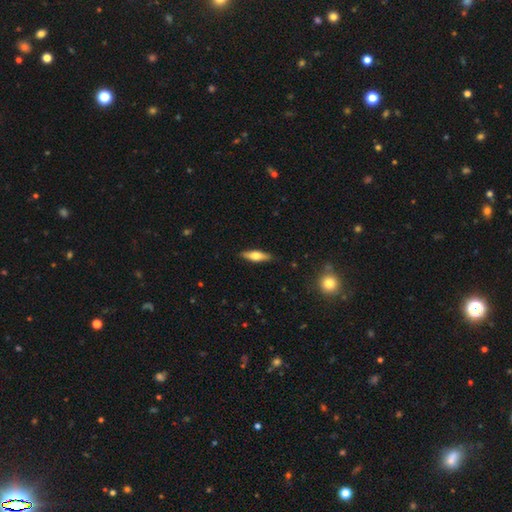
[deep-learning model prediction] Smooth or featured? Predicted: featured or disk (p=0.47, tied with smooth). Merging? Predicted: none (p=0.88).